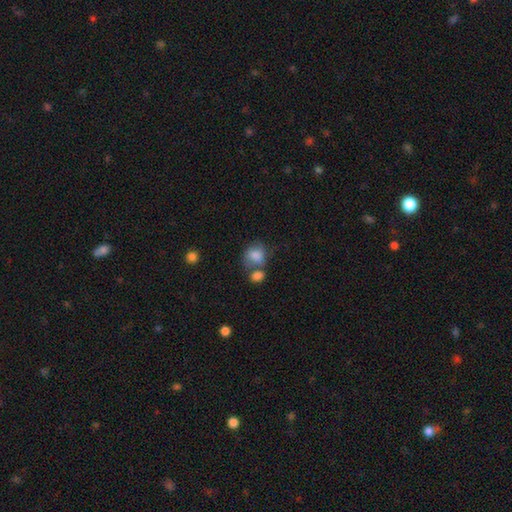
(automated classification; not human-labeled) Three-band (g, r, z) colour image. It shows a smooth galaxy with no disk features (79%) that is in between round and cigar-shaped (51%). Merging: merger (38%).